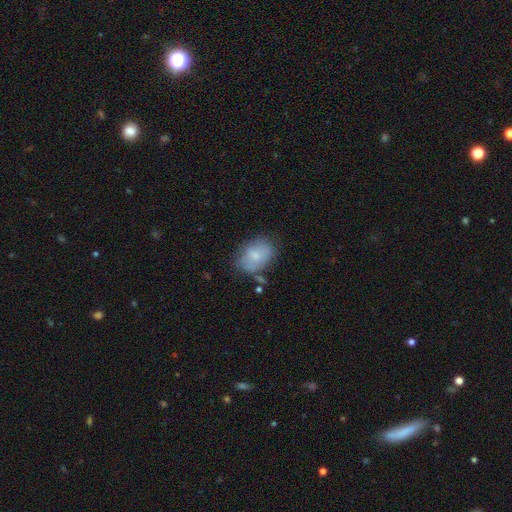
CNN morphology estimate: This appears to be a smooth galaxy with no disk features (75%) that is in between round and cigar-shaped (78%). Merging: none (62%).